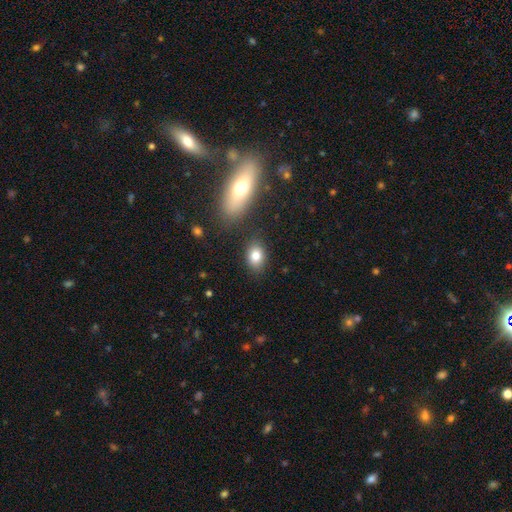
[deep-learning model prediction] Smooth or featured? smooth (81%)
How rounded? in between (77%)
Merging? none (81%)